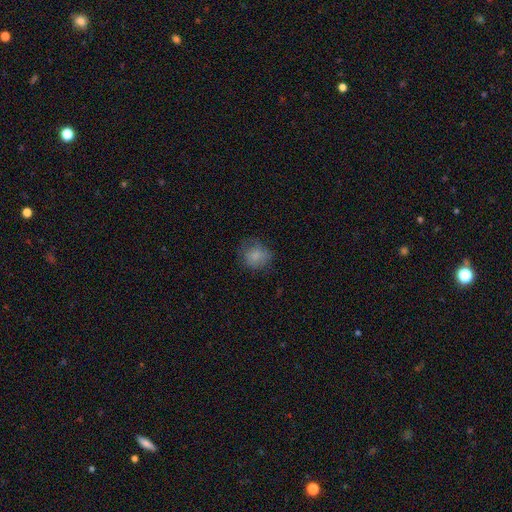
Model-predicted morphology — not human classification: Smooth or featured? smooth (78%)
How rounded? round (75%)
Merging? none (66%)